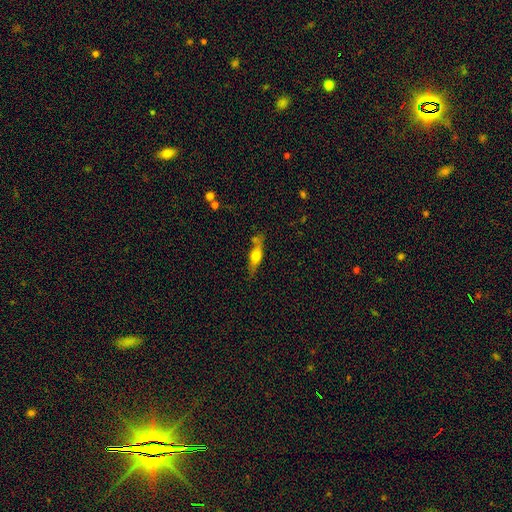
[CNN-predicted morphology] This is possibly a smooth galaxy (49%). Merging: likely none (67%).